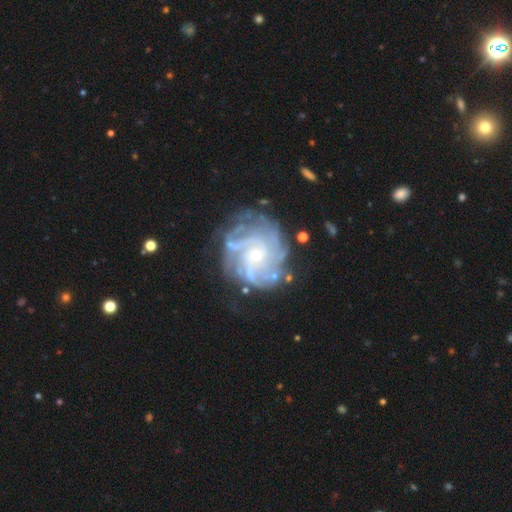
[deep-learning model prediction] featured or disk 87%, star or artifact 7%, smooth 6%. Down the decision tree: edge-on disk — no (98%); bar — no (71%); spiral arms — yes (95%); spiral arm count — can't tell (28%); spiral winding — tight (57%); bulge size — small (69%); merging — none (67%).